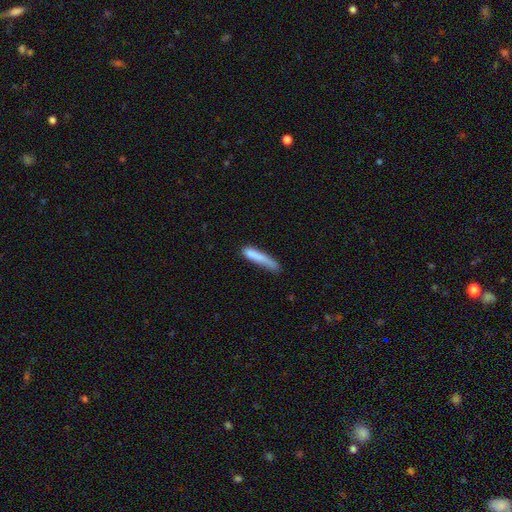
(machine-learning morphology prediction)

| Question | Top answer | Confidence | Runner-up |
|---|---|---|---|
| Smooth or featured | smooth | 79% | featured or disk (14%) |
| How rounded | cigar-shaped | 90% | in between (8%) |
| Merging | none | 54% | minor disturbance (29%) |